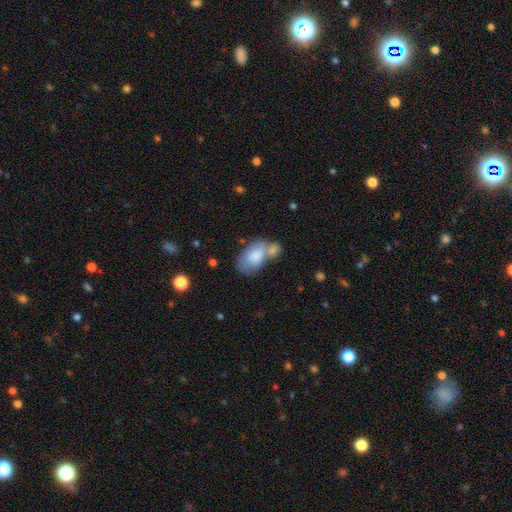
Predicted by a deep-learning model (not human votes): Overall: smooth (78%). How rounded: in between (91%). Merging: merger (43%; none 31%).